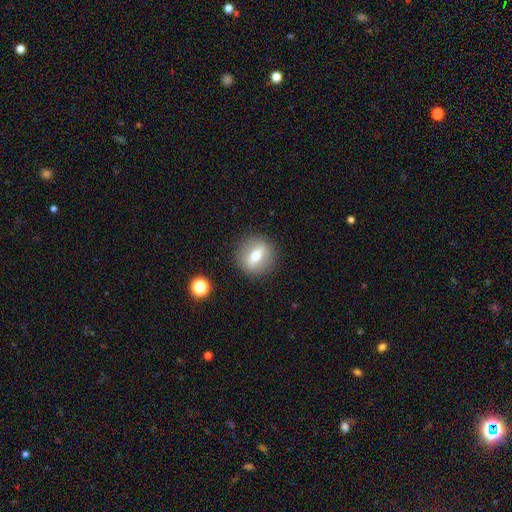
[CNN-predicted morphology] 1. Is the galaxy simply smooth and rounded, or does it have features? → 56% smooth, 34% featured or disk, 10% star or artifact.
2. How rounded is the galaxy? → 85% round, 13% in between, 2% cigar-shaped.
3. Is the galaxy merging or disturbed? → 88% none, 7% minor disturbance, 3% major disturbance, 1% merger.